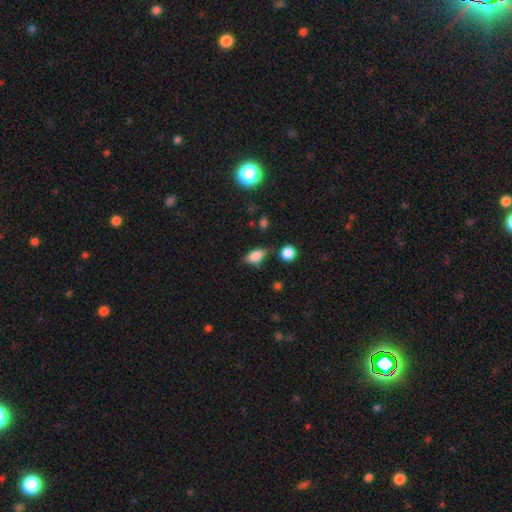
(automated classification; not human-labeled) Smooth or featured: smooth — 79% (featured or disk — 11%)
How rounded: in between — 83% (round — 9%)
Merging: none — 65% (minor disturbance — 24%)